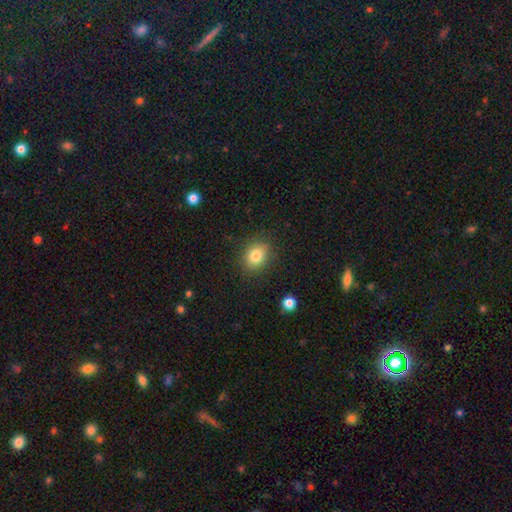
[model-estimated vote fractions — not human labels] Smooth or featured? smooth (82%)
How rounded? round (56%)
Merging? none (85%)